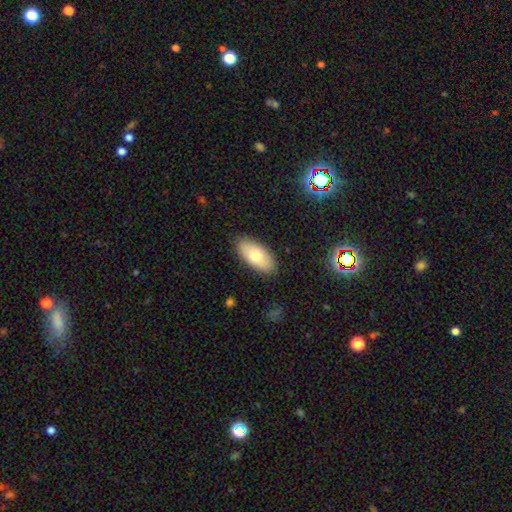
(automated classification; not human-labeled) Q: Smooth or featured?
A: smooth (74%); runner-up: featured or disk (20%)
Q: How rounded?
A: in between (91%); runner-up: cigar-shaped (7%)
Q: Merging?
A: none (87%); runner-up: minor disturbance (10%)